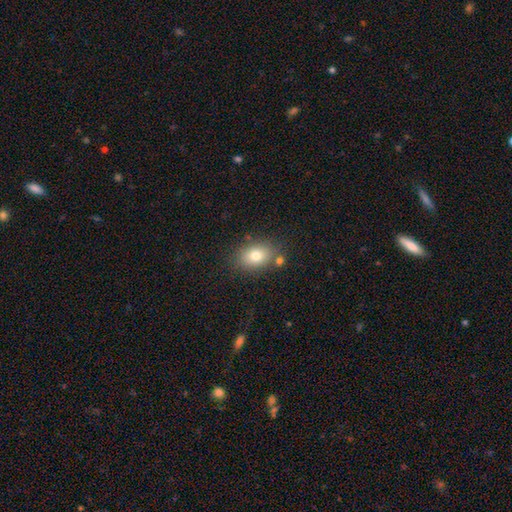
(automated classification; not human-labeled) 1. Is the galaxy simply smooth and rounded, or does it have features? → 78% smooth, 12% featured or disk, 10% star or artifact.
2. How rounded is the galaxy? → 77% in between, 22% round, 1% cigar-shaped.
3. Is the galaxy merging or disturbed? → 76% none, 13% minor disturbance, 8% merger, 4% major disturbance.